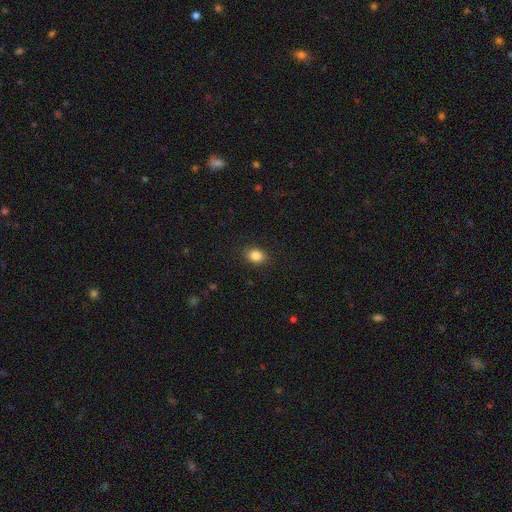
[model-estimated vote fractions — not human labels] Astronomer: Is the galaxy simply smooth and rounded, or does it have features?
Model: smooth — 86%.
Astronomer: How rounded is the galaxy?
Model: in between — 62% (runner-up: round, 37%).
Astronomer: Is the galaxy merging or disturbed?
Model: none — 88%.